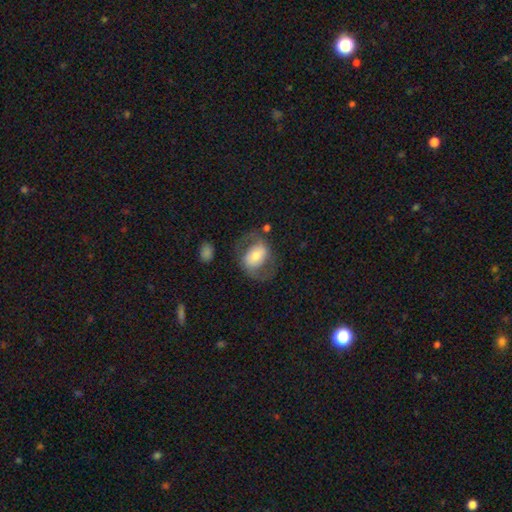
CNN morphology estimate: The model was most divided on "bar": no: 39%, weak: 34%, strong: 26%. More confident: edge-on disk — no (95%); spiral arms — yes (70%); merging — none (63%); smooth or featured — featured or disk (53%); bulge size — moderate (50%).